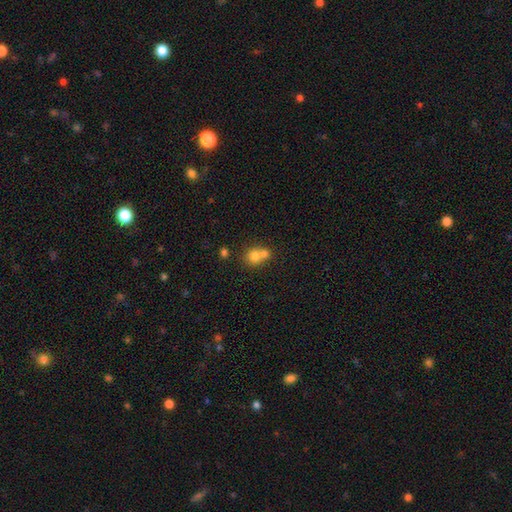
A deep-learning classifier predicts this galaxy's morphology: smooth_or_featured: smooth (p=0.75) [alt: featured or disk p=0.14]
how_rounded: round (p=0.80) [alt: in between p=0.19]
merging: merger (p=0.58) [alt: none p=0.33]